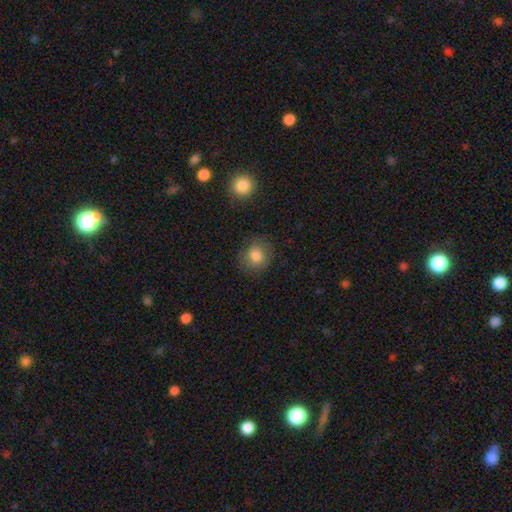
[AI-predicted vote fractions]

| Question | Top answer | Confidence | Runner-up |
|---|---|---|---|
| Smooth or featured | smooth | 83% | star or artifact (9%) |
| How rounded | round | 75% | in between (25%) |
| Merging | none | 80% | minor disturbance (14%) |